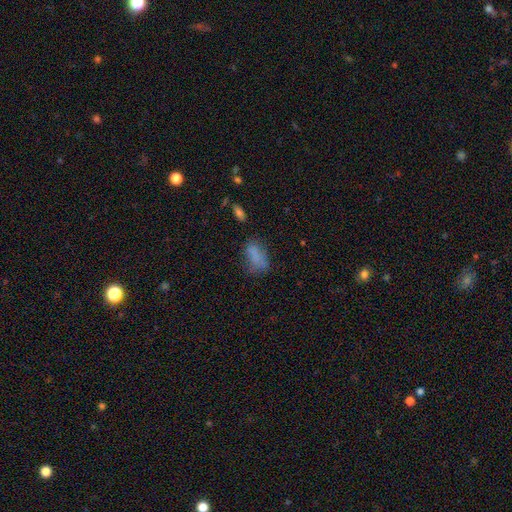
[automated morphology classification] type=smooth (75%); roundness=in between (86%); merging=none (50%).